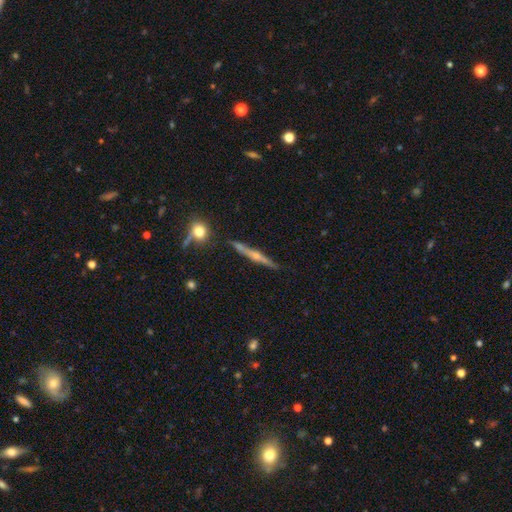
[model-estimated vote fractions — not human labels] featured or disk 65%, smooth 28%, star or artifact 7%. Down the decision tree: edge-on disk — yes (97%); edge-on bulge — rounded (73%); merging — none (86%).